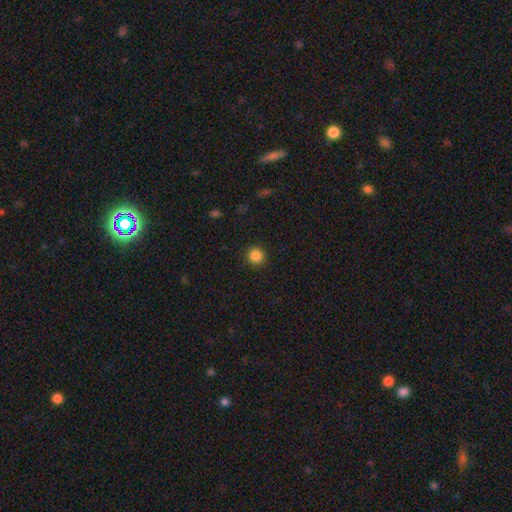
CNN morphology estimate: Smooth or featured?
  - smooth: 85% *
  - star or artifact: 11%
  - featured or disk: 3%
How rounded?
  - round: 95% *
  - in between: 4%
  - cigar-shaped: 1%
Merging?
  - none: 91% *
  - minor disturbance: 6%
  - major disturbance: 2%
  - merger: 1%